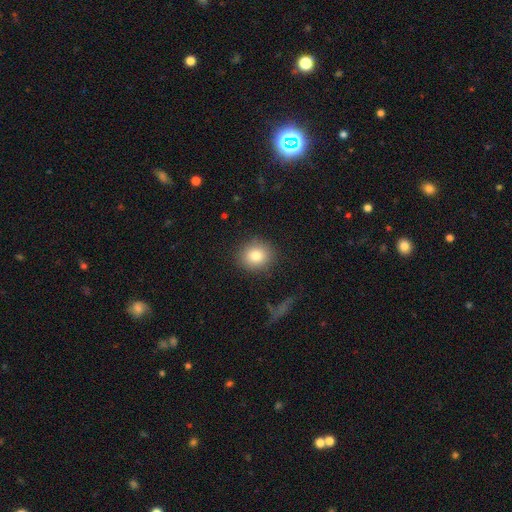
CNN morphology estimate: smooth_or_featured: smooth (p=0.82) [alt: star or artifact p=0.10]
how_rounded: round (p=0.79) [alt: in between p=0.20]
merging: none (p=0.87) [alt: minor disturbance p=0.08]